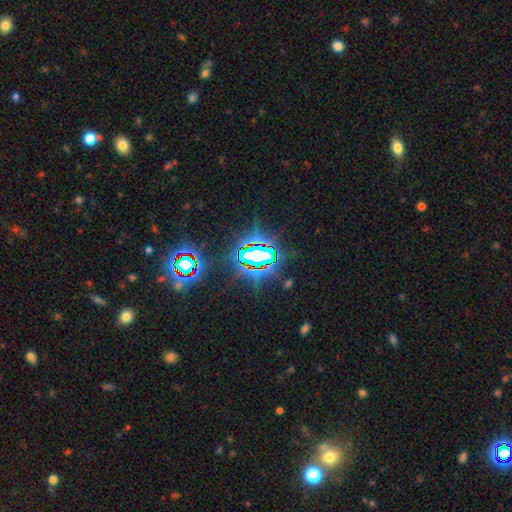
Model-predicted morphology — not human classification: A star or artifact, not a galaxy (76%).